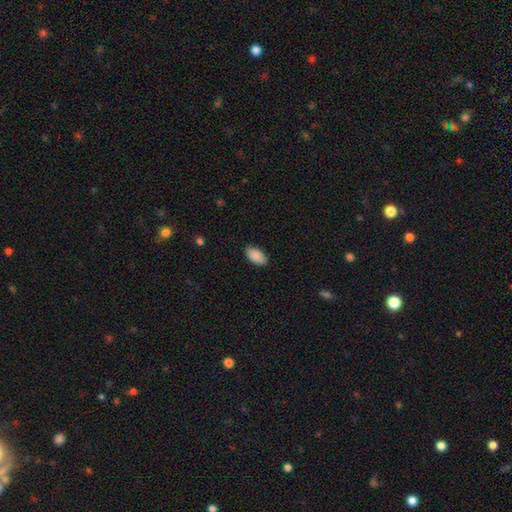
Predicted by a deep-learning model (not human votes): This appears to be a smooth galaxy with no disk features (90%) that is in between round and cigar-shaped (95%). Merging: none (87%).